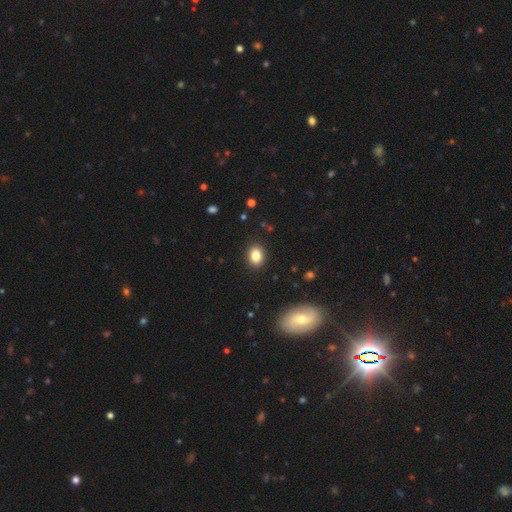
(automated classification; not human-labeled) Smooth or featured? Predicted: smooth (p=0.82). How rounded? Predicted: in between (p=0.56). Merging? Predicted: none (p=0.90).